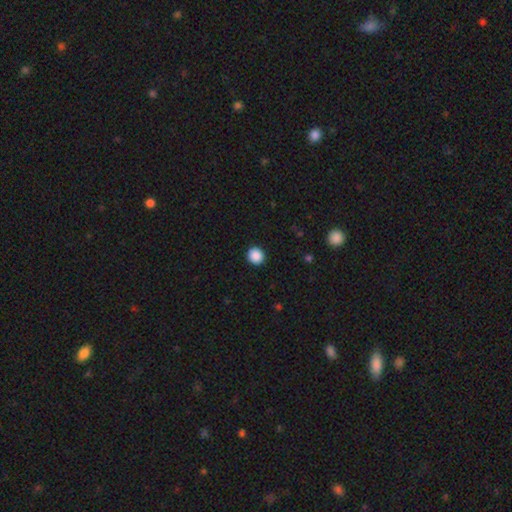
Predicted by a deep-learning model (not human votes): Morphology: type=smooth (89%); roundness=round (89%); merging=none (93%).